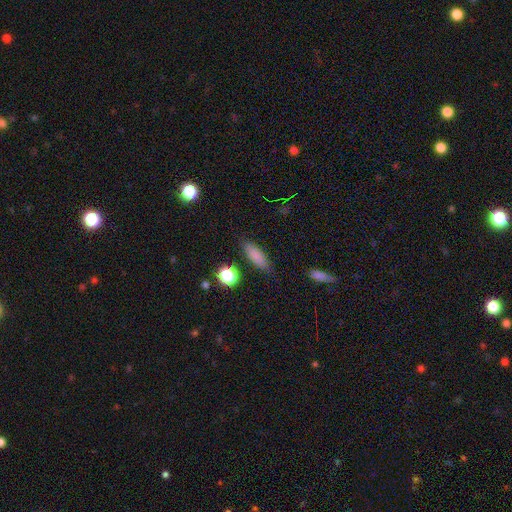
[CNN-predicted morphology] smooth-or-featured: smooth: 82% | star or artifact: 9% | featured or disk: 8%
  how-rounded: in between: 56% | cigar-shaped: 40% | round: 4%
  merging: none: 82% | minor disturbance: 12% | major disturbance: 3% | merger: 2%